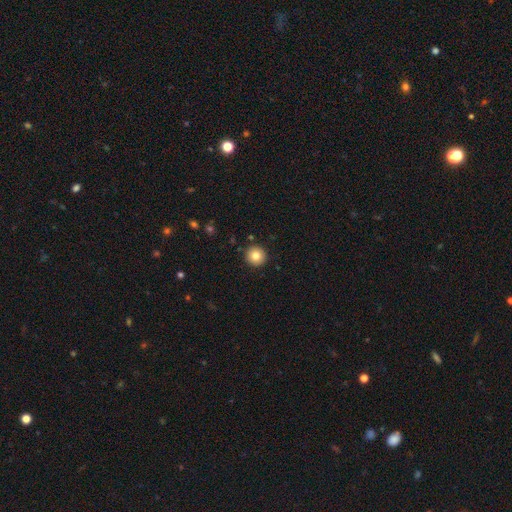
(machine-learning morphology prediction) A smooth galaxy with no disk features (81%) that is round (96%).

Vote fractions:
- Smooth or featured? smooth: 81% / star or artifact: 10% / featured or disk: 9%
- How rounded? round: 96% / in between: 3% / cigar-shaped: 1%
- Merging? none: 92% / minor disturbance: 5% / major disturbance: 2% / merger: 1%